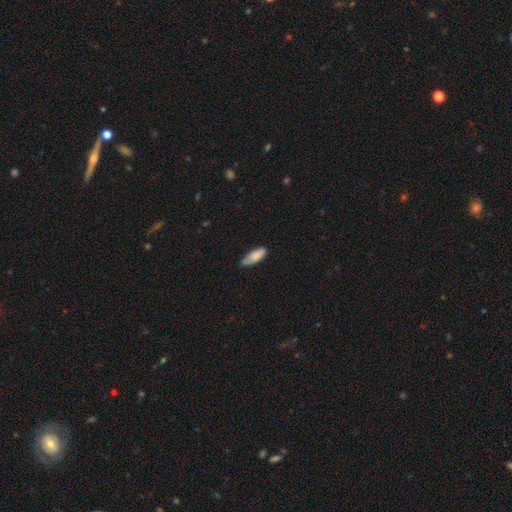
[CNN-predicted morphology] smooth_or_featured: smooth (p=0.83) [alt: featured or disk p=0.11]
how_rounded: in between (p=0.65) [alt: cigar-shaped p=0.33]
merging: none (p=0.63) [alt: minor disturbance p=0.30]